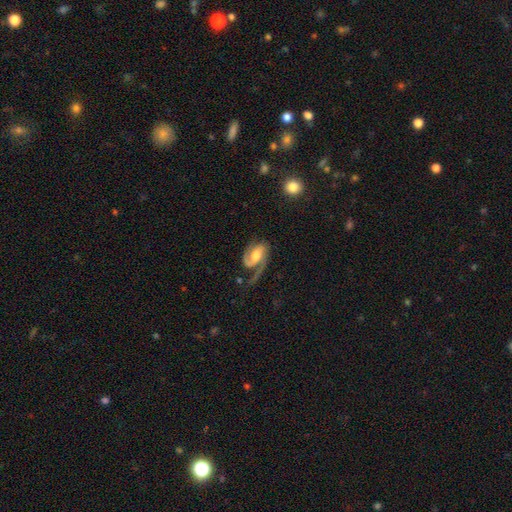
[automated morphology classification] A featured or disk galaxy (82%) with no bar (46%), 2 (58%) medium (46%) spiral arms (96%) and a moderate central bulge (60%). Merging: none (44%).